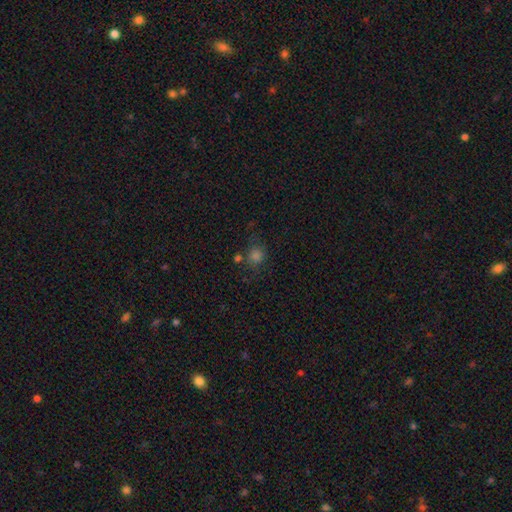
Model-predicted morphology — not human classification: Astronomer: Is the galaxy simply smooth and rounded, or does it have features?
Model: smooth — 67%.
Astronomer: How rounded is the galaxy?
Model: round — 83%.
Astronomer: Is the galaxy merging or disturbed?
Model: none — 69%.